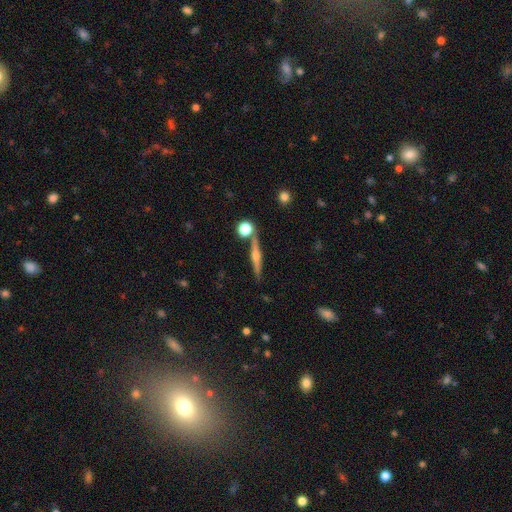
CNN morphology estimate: Q: Smooth or featured?
A: featured or disk (75%); runner-up: smooth (18%)
Q: Edge-on disk?
A: yes (97%); runner-up: no (3%)
Q: Edge-on bulge?
A: rounded (91%); runner-up: boxy (5%)
Q: Merging?
A: none (83%); runner-up: merger (8%)